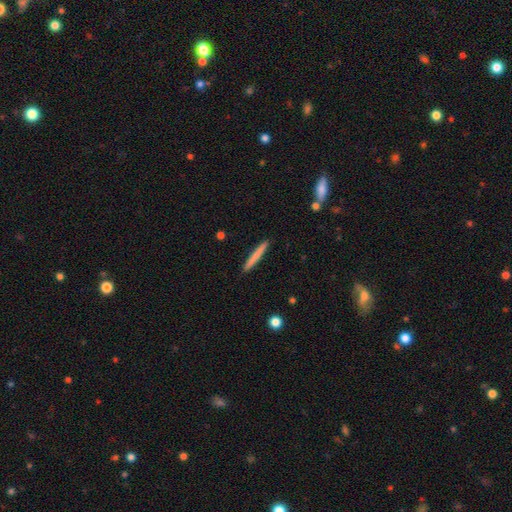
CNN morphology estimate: smooth 72%, featured or disk 22%, star or artifact 5%. Down the decision tree: how rounded — cigar-shaped (97%); merging — none (92%).